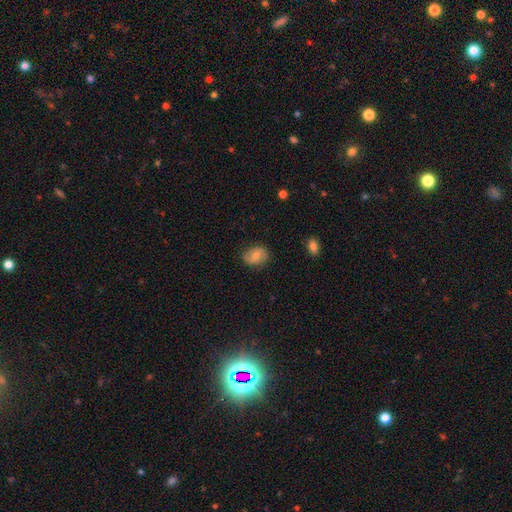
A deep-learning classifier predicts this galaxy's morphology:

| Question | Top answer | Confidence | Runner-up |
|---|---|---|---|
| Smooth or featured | smooth | 58% | featured or disk (33%) |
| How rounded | in between | 63% | round (36%) |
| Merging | none | 79% | minor disturbance (16%) |